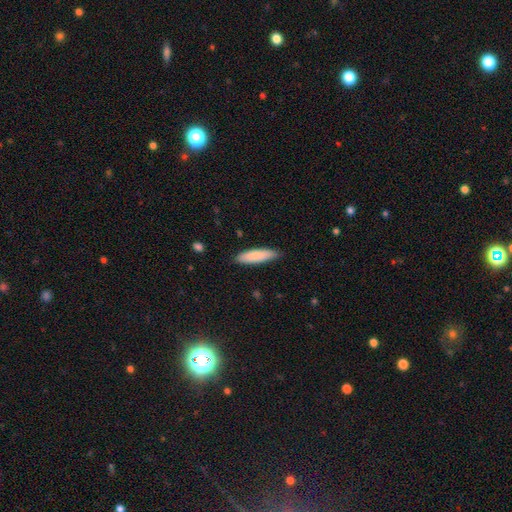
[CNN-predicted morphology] Smooth or featured?
  - smooth: 84% *
  - featured or disk: 10%
  - star or artifact: 6%
How rounded?
  - cigar-shaped: 61% *
  - in between: 37%
  - round: 1%
Merging?
  - none: 85% *
  - minor disturbance: 12%
  - major disturbance: 2%
  - merger: 1%